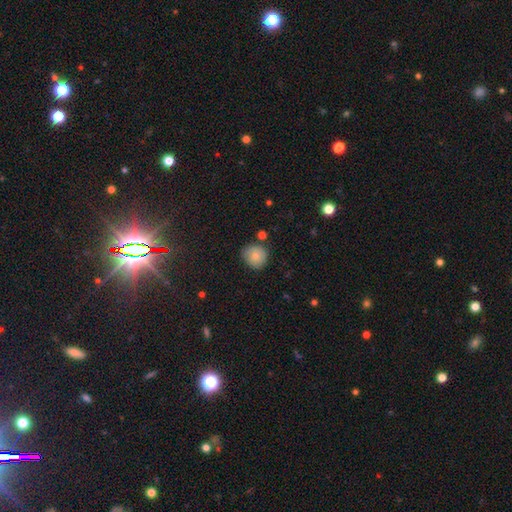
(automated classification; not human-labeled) Smooth or featured? Predicted: smooth (p=0.80). How rounded? Predicted: round (p=0.86). Merging? Predicted: none (p=0.74).